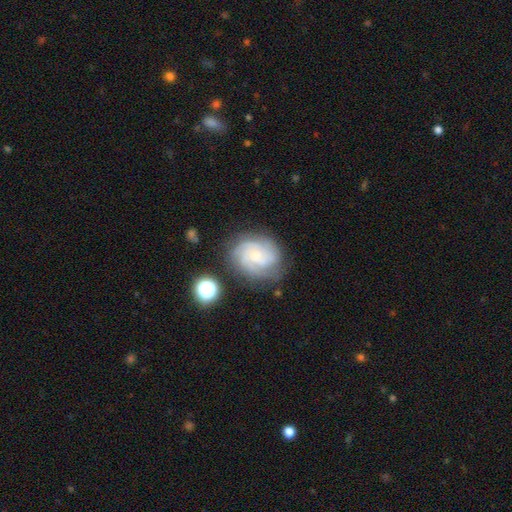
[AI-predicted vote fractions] Smooth or featured: featured or disk — 76% (smooth — 16%)
Edge-on disk: no — 98% (yes — 2%)
Bar: no — 66% (weak — 30%)
Spiral arms: yes — 95% (no — 5%)
Spiral winding: tight — 58% (medium — 34%)
Spiral arm count: 3 — 32% (can't tell — 27%)
Bulge size: small — 47% (moderate — 28%)
Merging: none — 70% (minor disturbance — 19%)